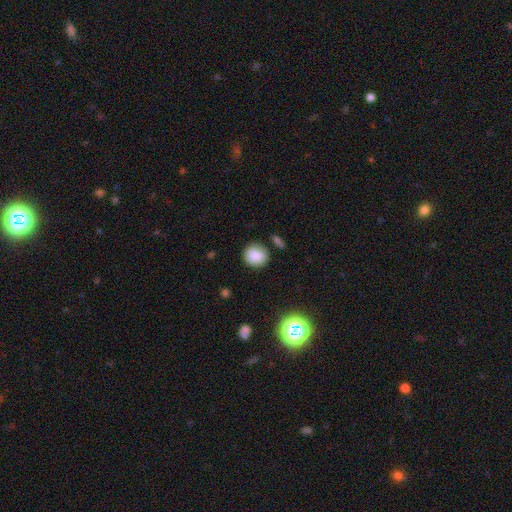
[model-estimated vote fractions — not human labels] The model was most divided on "merging": none: 85%, minor disturbance: 10%, merger: 3%, major disturbance: 2%. More confident: how rounded — round (89%); smooth or featured — smooth (85%).